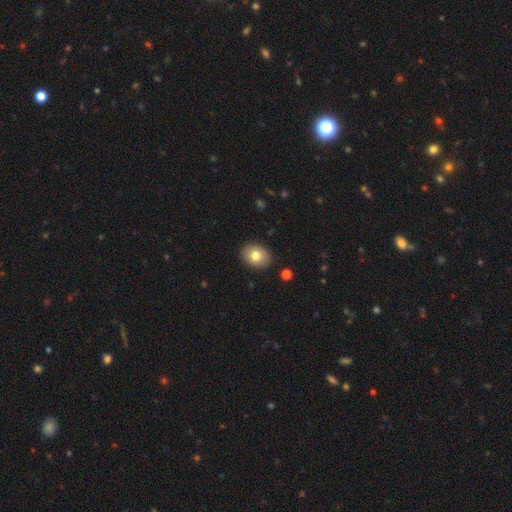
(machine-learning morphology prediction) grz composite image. It shows a smooth galaxy with no disk features (78%) that is in between round and cigar-shaped (58%). Merging: none (89%).